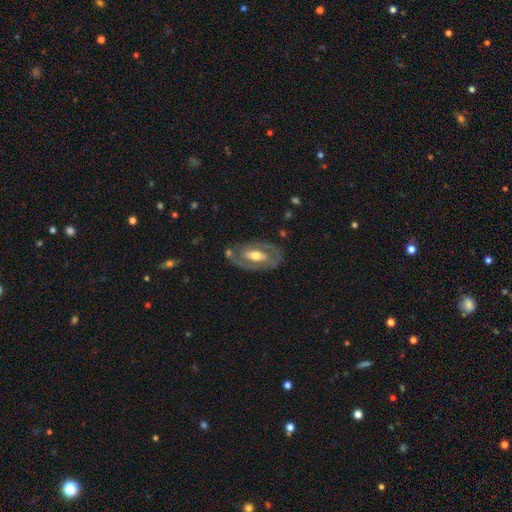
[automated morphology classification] Smooth or featured? featured or disk (73%)
Edge-on disk? no (92%)
Bar? no (39%)
Spiral arms? yes (62%)
Bulge size? moderate (68%)
Merging? none (70%)